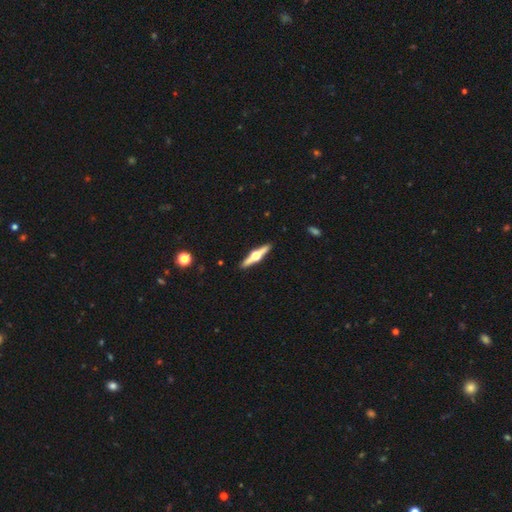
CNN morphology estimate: A featured or disk galaxy (76%) viewed edge-on (98%) with a rounded central bulge (96%). Merging: none (91%).